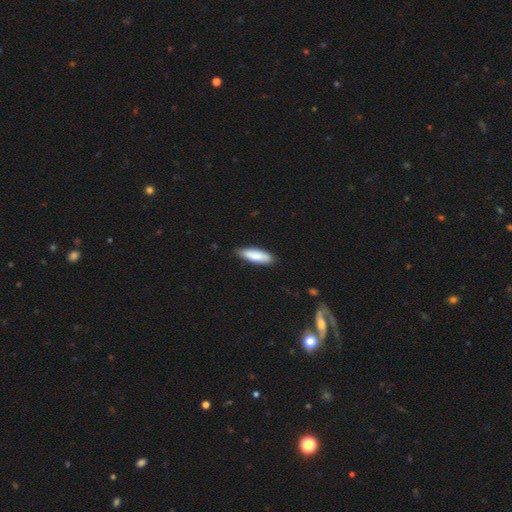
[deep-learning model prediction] Smooth or featured? Predicted: smooth (p=0.83). How rounded? Predicted: in between (p=0.51). Merging? Predicted: none (p=0.83).